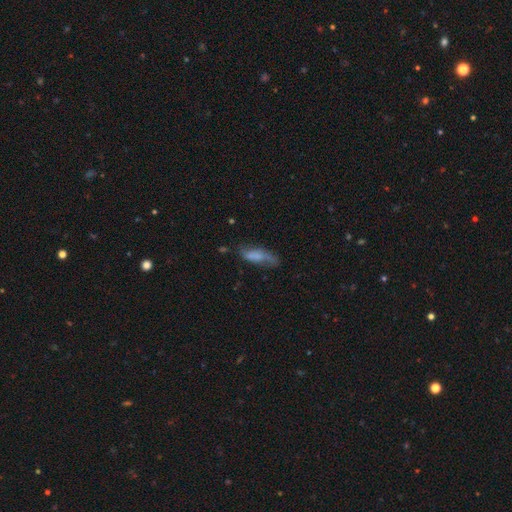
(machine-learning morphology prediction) The model was most divided on "merging": none: 48%, minor disturbance: 30%, major disturbance: 18%, merger: 4%. More confident: smooth or featured — smooth (62%); how rounded — in between (61%).